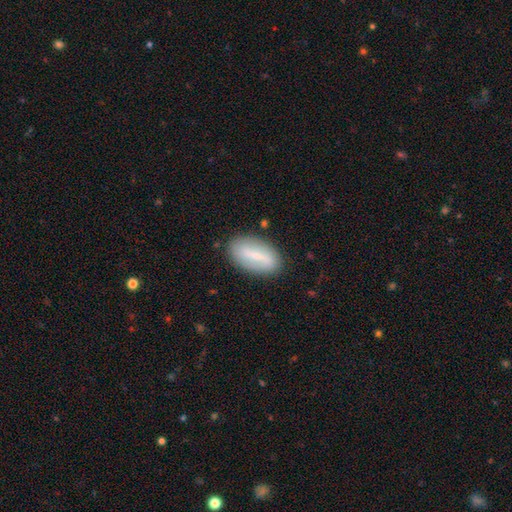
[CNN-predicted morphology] A smooth galaxy with no disk features (49%).

Vote fractions:
- Smooth or featured? smooth: 49% / featured or disk: 44% / star or artifact: 7%
- Merging? none: 84% / minor disturbance: 11% / major disturbance: 3% / merger: 2%